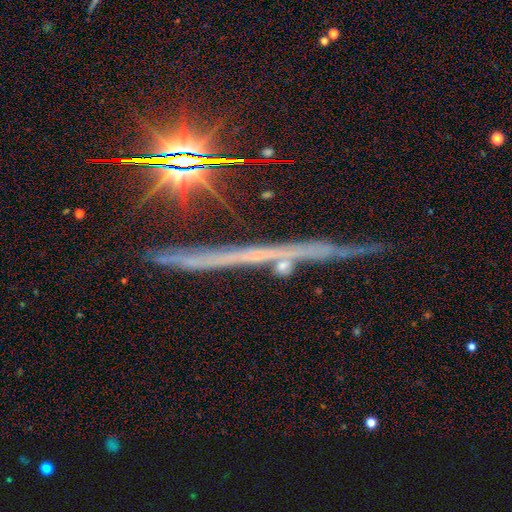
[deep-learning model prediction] smooth_or_featured: featured or disk (p=0.44) [alt: star or artifact p=0.41]
merging: none (p=0.76) [alt: minor disturbance p=0.11]